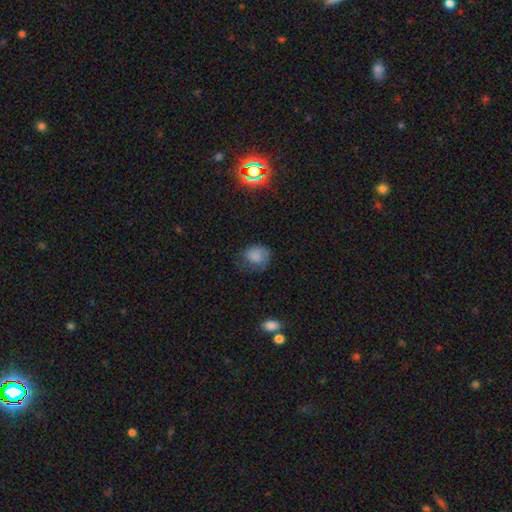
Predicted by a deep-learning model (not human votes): Overall: smooth (77%). How rounded: round (65%; in between 34%). Merging: none (51%; minor disturbance 30%).